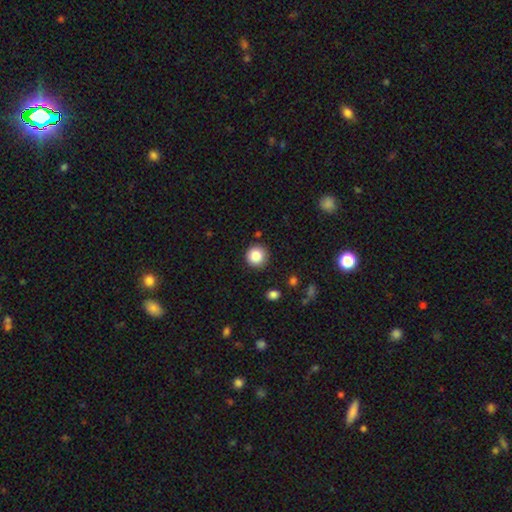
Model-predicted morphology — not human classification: type=smooth (85%); roundness=round (95%); merging=none (89%).